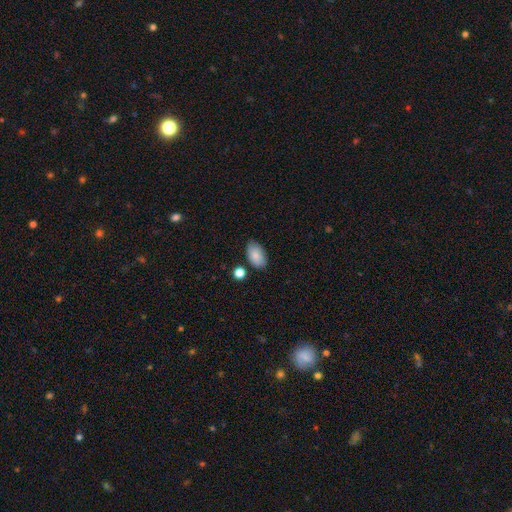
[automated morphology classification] type=smooth (84%); roundness=in between (93%); merging=none (77%).